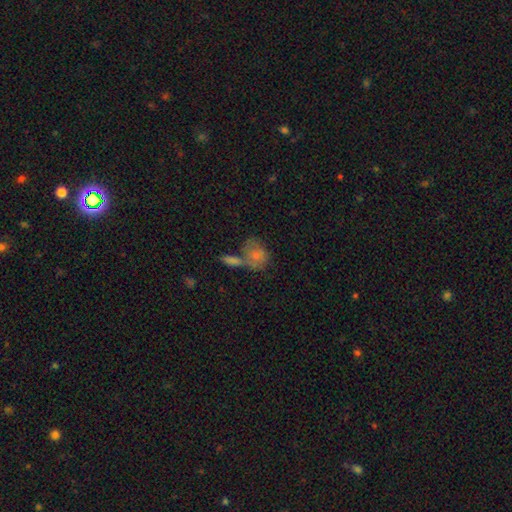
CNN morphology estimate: A smooth galaxy with no disk features (68%) that is in between round and cigar-shaped (53%).

Vote fractions:
- Smooth or featured? smooth: 68% / featured or disk: 24% / star or artifact: 8%
- How rounded? in between: 53% / round: 44% / cigar-shaped: 2%
- Merging? merger: 42% / none: 34% / minor disturbance: 16% / major disturbance: 9%